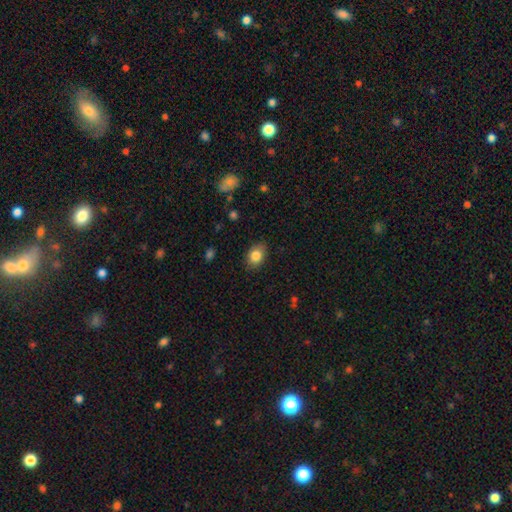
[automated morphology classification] Q: Smooth or featured?
A: smooth (84%); runner-up: star or artifact (9%)
Q: How rounded?
A: in between (70%); runner-up: round (29%)
Q: Merging?
A: none (83%); runner-up: minor disturbance (13%)